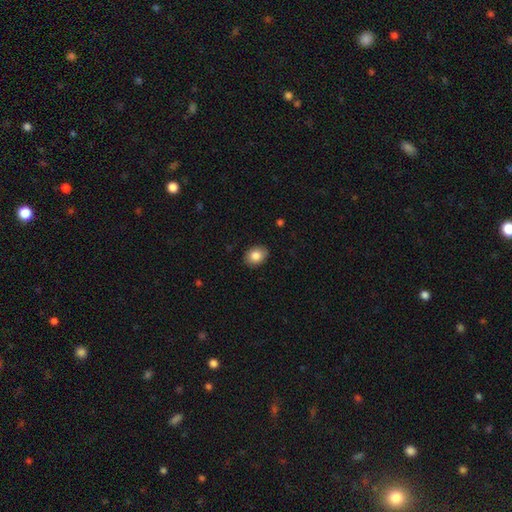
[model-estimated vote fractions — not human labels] Morphology: type=smooth (85%); roundness=in between (65%); merging=none (88%).